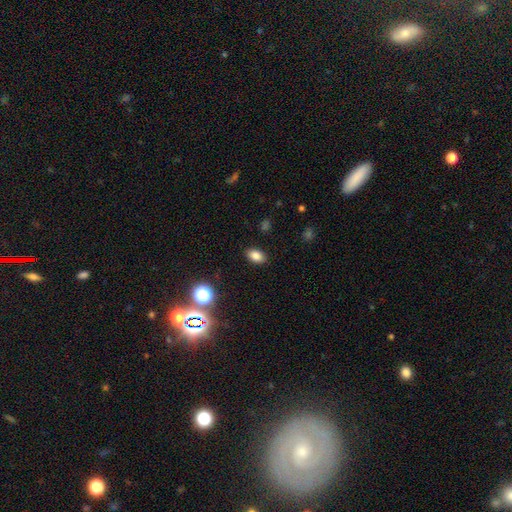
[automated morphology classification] type=smooth (82%); roundness=in between (86%); merging=none (88%).